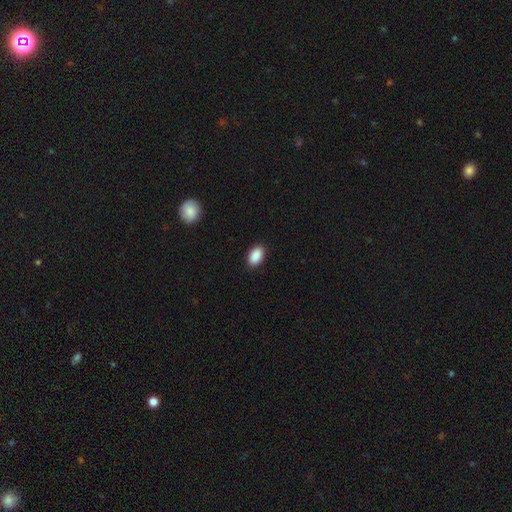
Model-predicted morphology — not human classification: Smooth or featured: smooth — 91% (star or artifact — 7%)
How rounded: in between — 90% (round — 9%)
Merging: none — 89% (minor disturbance — 8%)